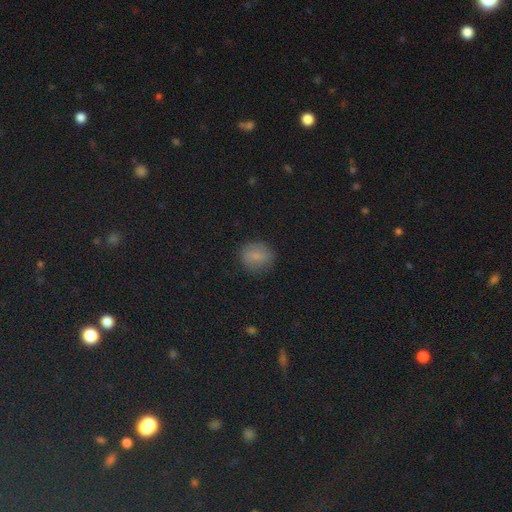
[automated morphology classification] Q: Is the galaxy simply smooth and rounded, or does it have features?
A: smooth — 77%.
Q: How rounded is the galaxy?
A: round — 70%.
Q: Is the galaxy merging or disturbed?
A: none — 85%.